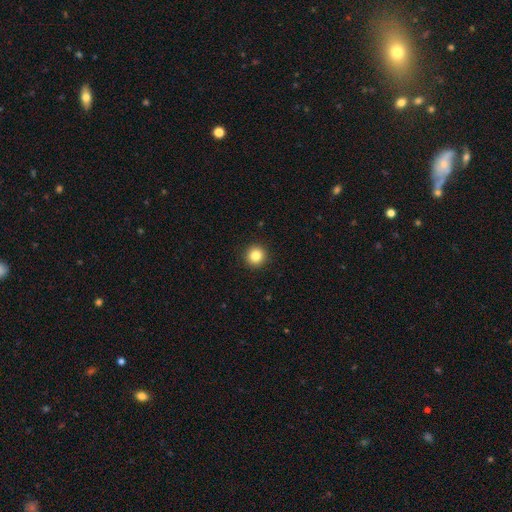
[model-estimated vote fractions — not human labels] A smooth galaxy with no disk features (84%) that is round (94%).

Vote fractions:
- Smooth or featured? smooth: 84% / star or artifact: 11% / featured or disk: 5%
- How rounded? round: 94% / in between: 5% / cigar-shaped: 1%
- Merging? none: 93% / minor disturbance: 5% / major disturbance: 2% / merger: 1%